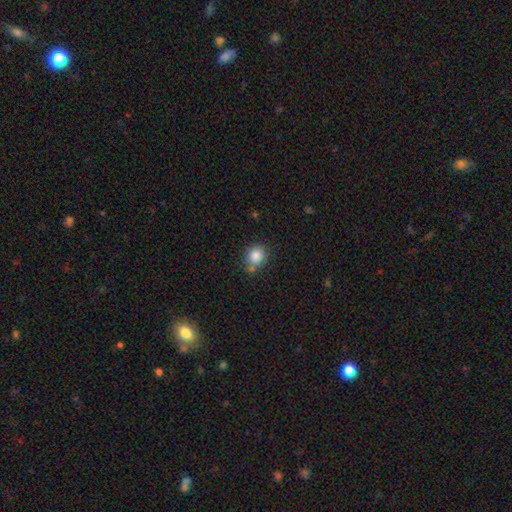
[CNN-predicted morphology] Smooth or featured? smooth (84%)
How rounded? round (71%)
Merging? none (69%)